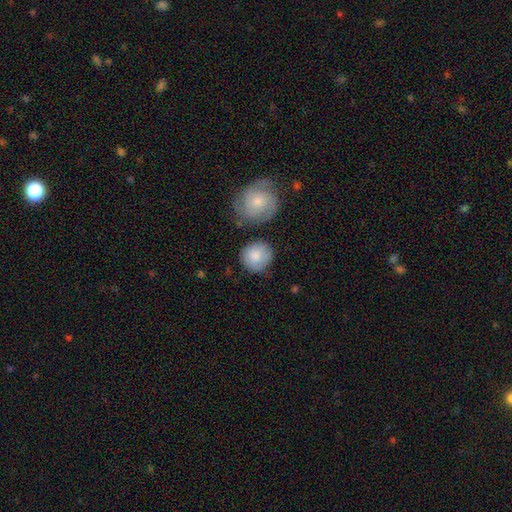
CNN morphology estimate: smooth 82%, featured or disk 13%, star or artifact 5%. Down the decision tree: how rounded — round (89%); merging — none (71%).